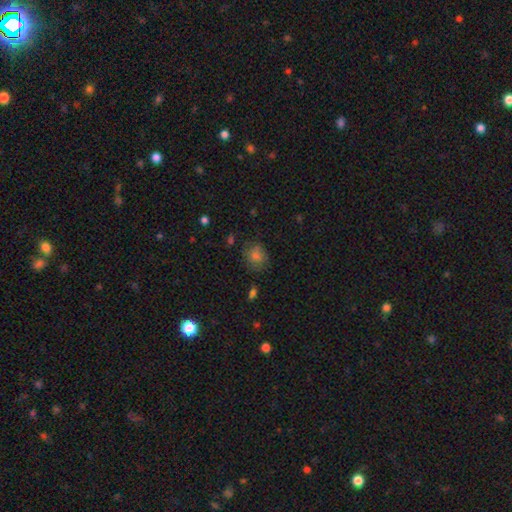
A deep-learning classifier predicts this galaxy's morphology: The model was most divided on "how rounded": round: 70%, in between: 28%, cigar-shaped: 1%. More confident: merging — none (73%); smooth or featured — smooth (69%).